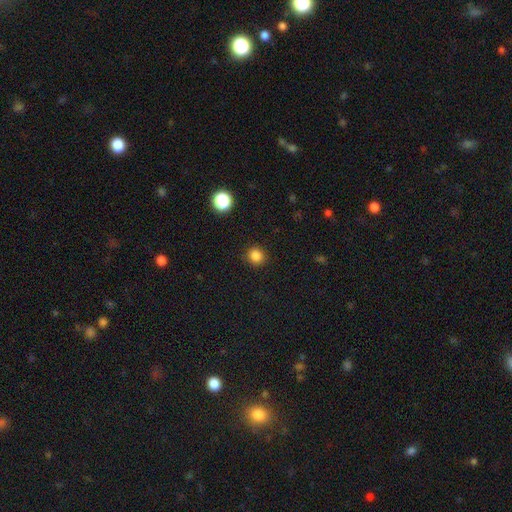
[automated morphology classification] This appears to be a smooth galaxy with no disk features (84%) that is round (86%). Merging: none (89%).